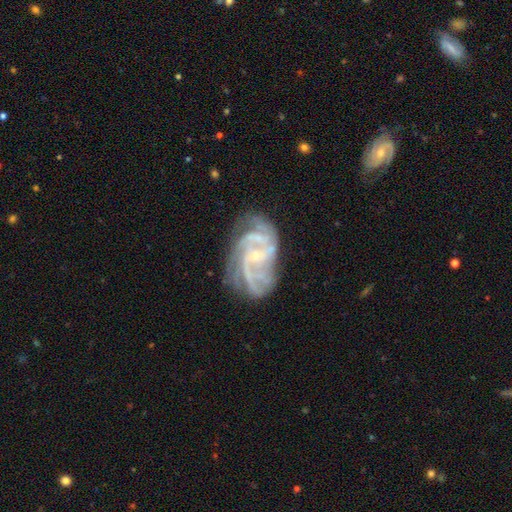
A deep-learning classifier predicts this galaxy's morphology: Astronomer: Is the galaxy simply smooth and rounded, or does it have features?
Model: featured or disk — 87%.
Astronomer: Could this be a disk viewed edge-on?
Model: no — 97%.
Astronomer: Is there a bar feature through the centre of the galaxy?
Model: no — 48% (runner-up: weak, 39%).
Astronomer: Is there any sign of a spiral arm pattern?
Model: yes — 97%.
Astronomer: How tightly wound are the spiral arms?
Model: medium — 47% (runner-up: tight, 38%).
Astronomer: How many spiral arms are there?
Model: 3 — 27% (runner-up: 4, 24%).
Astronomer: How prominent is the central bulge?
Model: small — 79%.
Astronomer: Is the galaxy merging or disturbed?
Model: none — 64%.